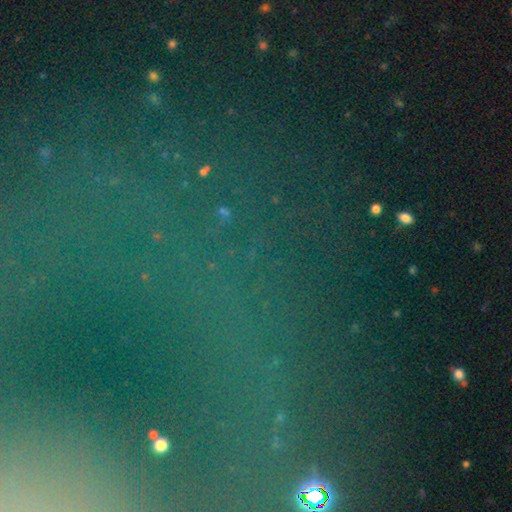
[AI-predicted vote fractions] This appears to be a star or artifact, not a galaxy (79%).